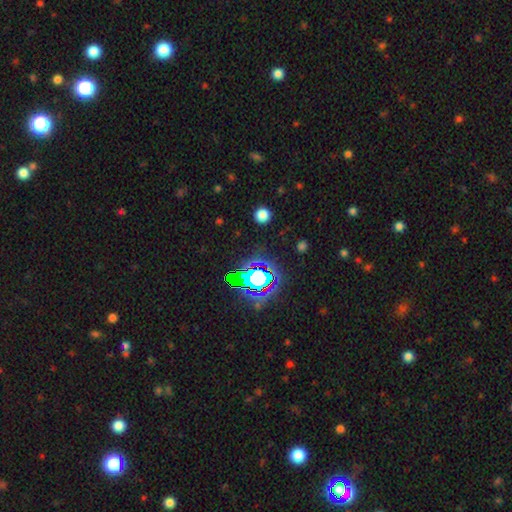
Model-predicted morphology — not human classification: This appears to be a star or artifact, not a galaxy (78%).